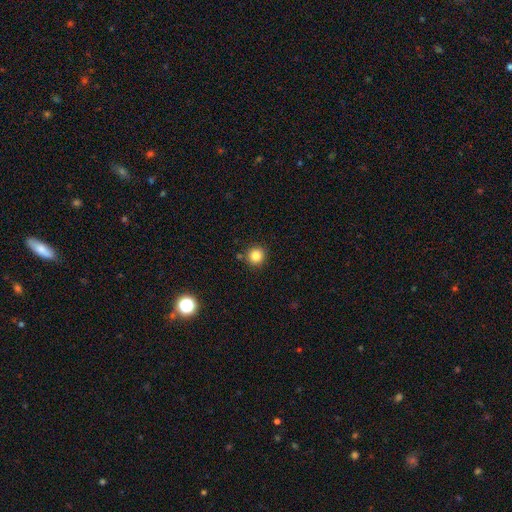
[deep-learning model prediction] The model was most divided on "smooth or featured": smooth: 83%, star or artifact: 11%, featured or disk: 5%. More confident: how rounded — round (93%); merging — none (86%).